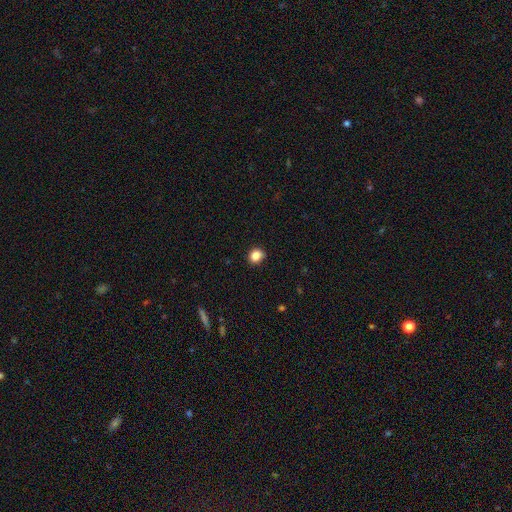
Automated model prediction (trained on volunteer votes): smooth 85%, star or artifact 11%, featured or disk 5%. Down the decision tree: how rounded — round (73%); merging — none (87%).